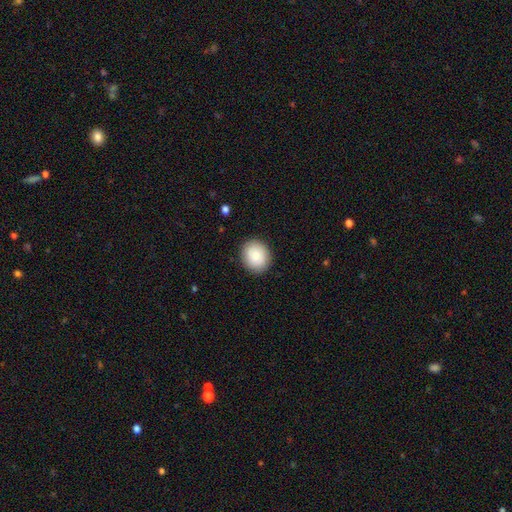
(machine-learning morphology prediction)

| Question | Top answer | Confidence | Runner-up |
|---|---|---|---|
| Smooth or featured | smooth | 86% | star or artifact (7%) |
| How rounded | round | 65% | in between (35%) |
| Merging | none | 89% | minor disturbance (8%) |